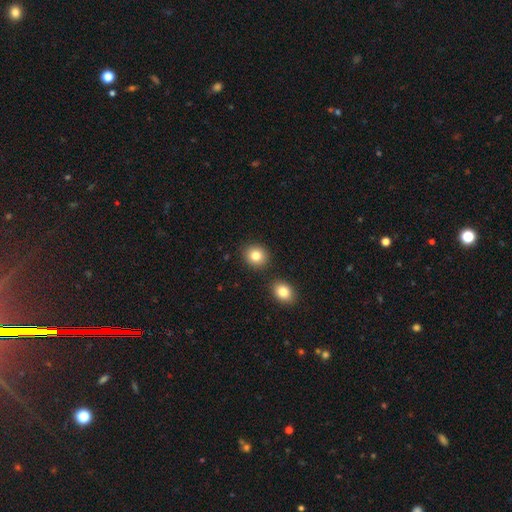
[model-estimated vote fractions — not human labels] smooth-or-featured: smooth: 83% | star or artifact: 9% | featured or disk: 7%
  how-rounded: round: 75% | in between: 24% | cigar-shaped: 1%
  merging: none: 83% | minor disturbance: 8% | merger: 7% | major disturbance: 2%